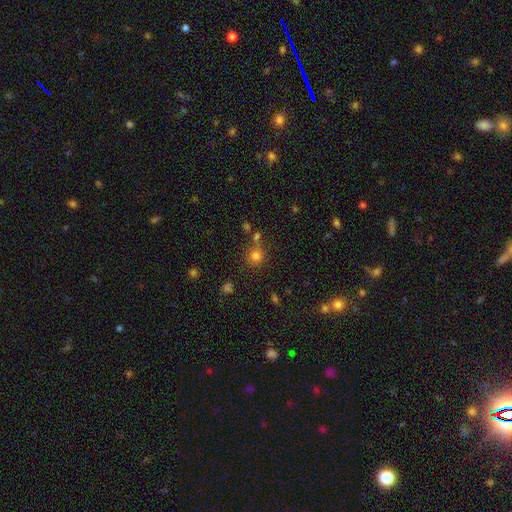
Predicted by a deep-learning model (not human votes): Smooth or featured? Predicted: smooth (p=0.77). How rounded? Predicted: round (p=0.90). Merging? Predicted: none (p=0.70).